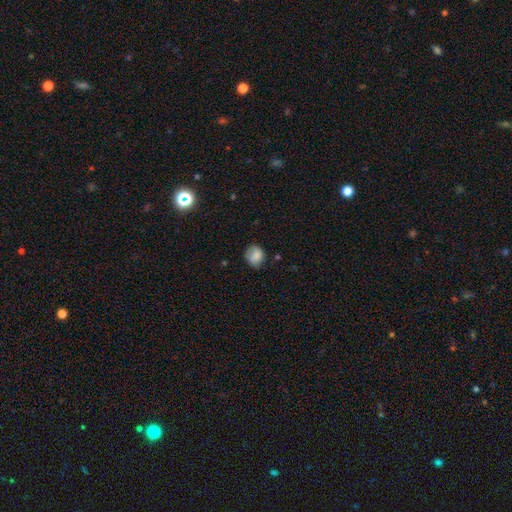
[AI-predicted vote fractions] Overall: smooth (81%). How rounded: round (68%; in between 31%). Merging: none (63%; minor disturbance 27%).